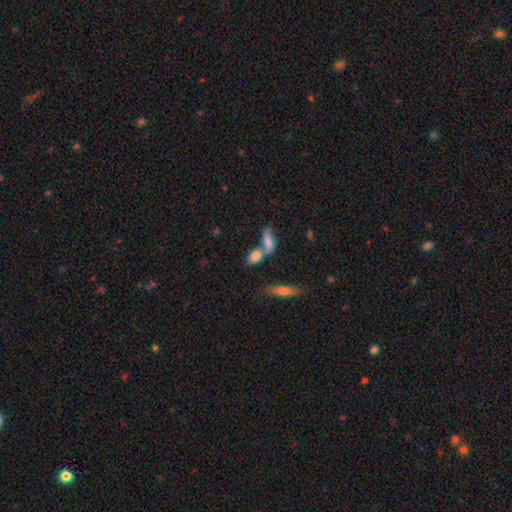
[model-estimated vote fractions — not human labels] smooth 71%, featured or disk 19%, star or artifact 10%. Down the decision tree: how rounded — in between (71%); merging — merger (54%).